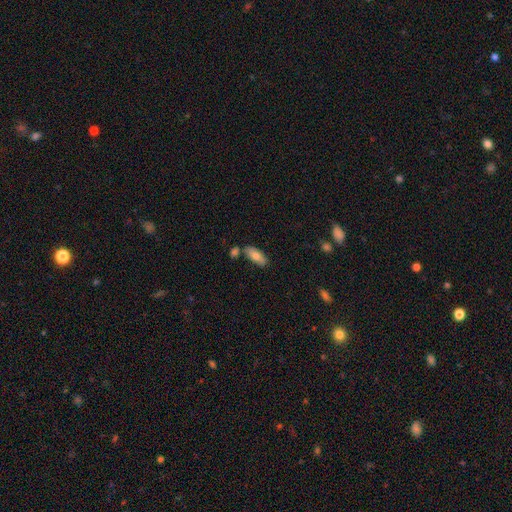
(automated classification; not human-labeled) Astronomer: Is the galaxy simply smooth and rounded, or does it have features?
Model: smooth — 73%.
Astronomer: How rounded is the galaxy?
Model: in between — 83%.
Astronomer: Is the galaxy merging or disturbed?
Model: none — 72%.